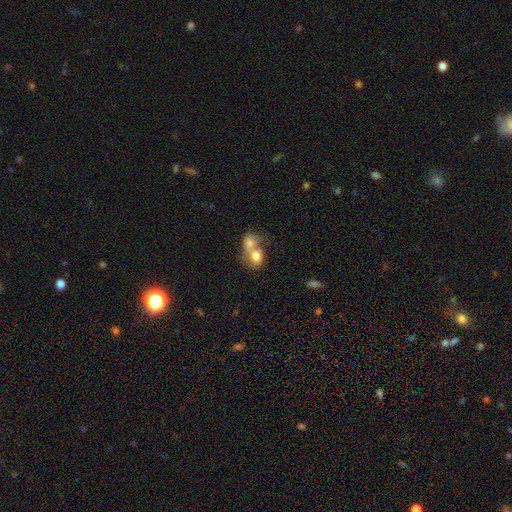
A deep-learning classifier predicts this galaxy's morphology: Smooth or featured?
  - smooth: 72% *
  - featured or disk: 19%
  - star or artifact: 8%
How rounded?
  - in between: 50% *
  - round: 49%
  - cigar-shaped: 1%
Merging?
  - merger: 76% *
  - none: 15%
  - minor disturbance: 5%
  - major disturbance: 4%